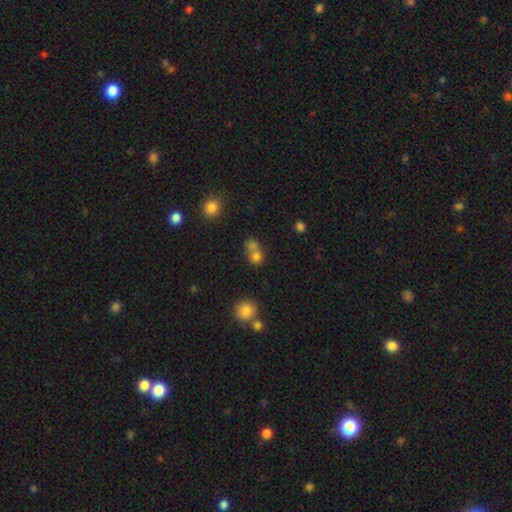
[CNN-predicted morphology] This is likely a smooth galaxy (74%). How rounded: likely round (75%). Merging: possibly merger (51%).